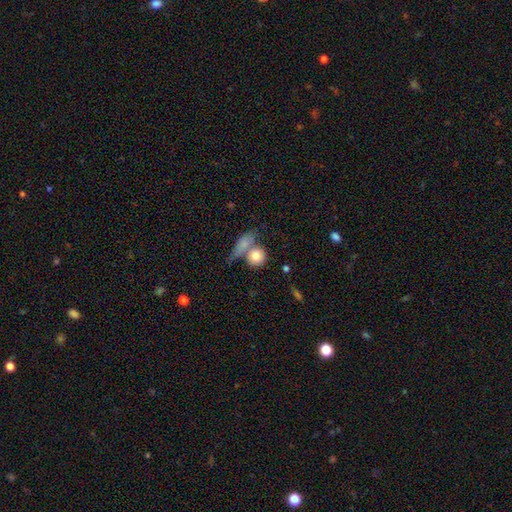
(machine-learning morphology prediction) Smooth or featured? smooth (79%)
How rounded? round (78%)
Merging? none (48%)